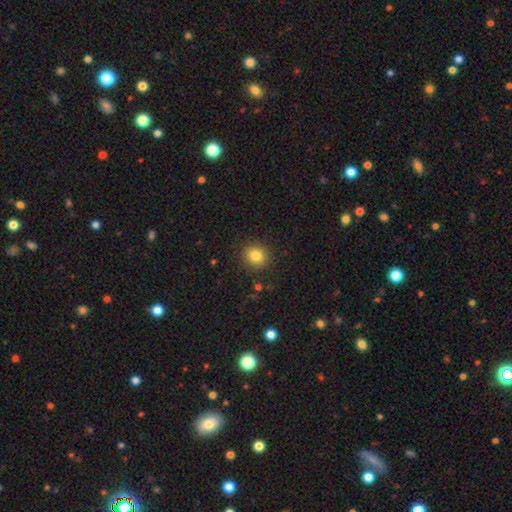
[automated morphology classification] The model was most divided on "smooth or featured": smooth: 82%, star or artifact: 12%, featured or disk: 6%. More confident: merging — none (89%); how rounded — round (89%).